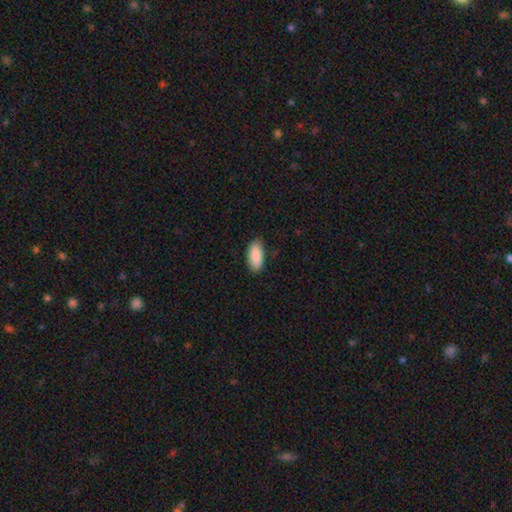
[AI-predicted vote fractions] A smooth galaxy with no disk features (89%) that is in between round and cigar-shaped (85%).

Vote fractions:
- Smooth or featured? smooth: 89% / star or artifact: 6% / featured or disk: 5%
- How rounded? in between: 85% / cigar-shaped: 13% / round: 2%
- Merging? none: 85% / minor disturbance: 11% / major disturbance: 2% / merger: 1%